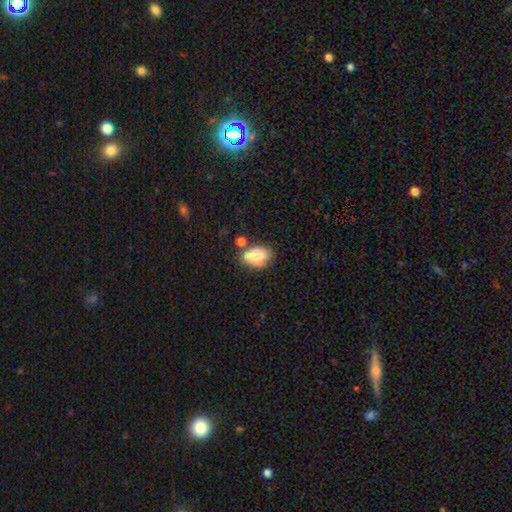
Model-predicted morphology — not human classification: smooth_or_featured: smooth (p=0.79) [alt: featured or disk p=0.13]
how_rounded: in between (p=0.91) [alt: round p=0.07]
merging: none (p=0.61) [alt: minor disturbance p=0.20]